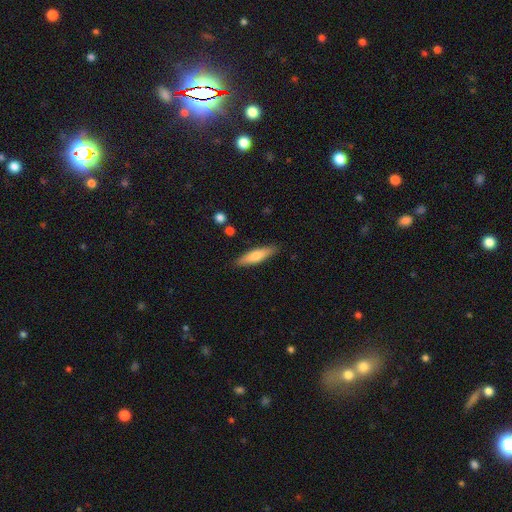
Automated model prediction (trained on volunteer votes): Morphology: type=smooth (66%); roundness=cigar-shaped (72%); merging=none (87%).